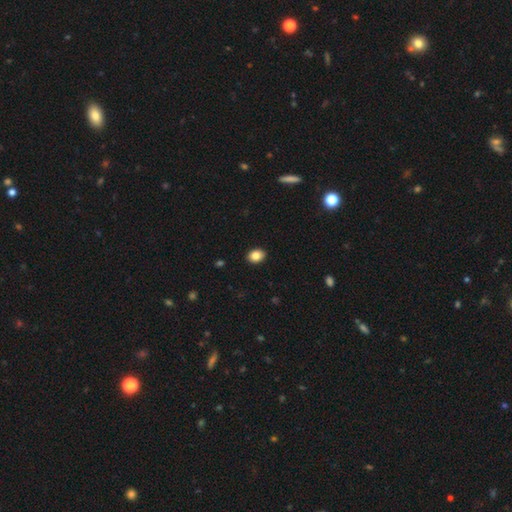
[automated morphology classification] Smooth or featured?
  - smooth: 85% *
  - star or artifact: 9%
  - featured or disk: 7%
How rounded?
  - in between: 67% *
  - round: 32%
  - cigar-shaped: 1%
Merging?
  - none: 91% *
  - minor disturbance: 6%
  - major disturbance: 2%
  - merger: 1%